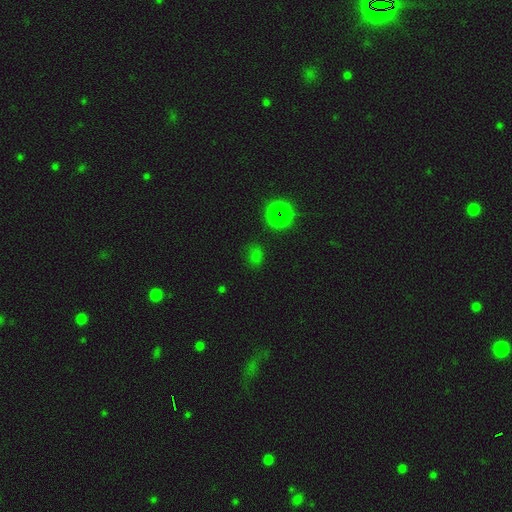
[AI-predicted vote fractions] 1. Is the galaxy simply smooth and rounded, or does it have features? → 63% smooth, 32% star or artifact, 6% featured or disk.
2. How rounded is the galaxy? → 54% in between, 44% round, 2% cigar-shaped.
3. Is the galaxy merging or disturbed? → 76% none, 15% minor disturbance, 6% major disturbance, 3% merger.